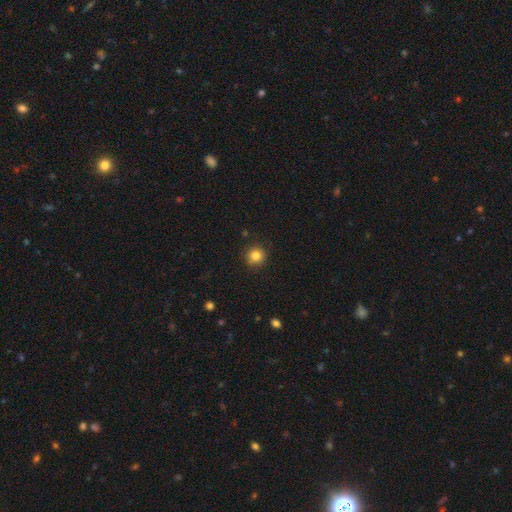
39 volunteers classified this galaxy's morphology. A smooth galaxy with no disk features (87%) that is round (94%).

Vote fractions:
- Smooth or featured? smooth: 87% / featured or disk: 10% / star or artifact: 3%
- How rounded? round: 94% / in between: 6% / cigar-shaped: 0%
- Merging? none: 92% / minor disturbance: 5% / merger: 3% / major disturbance: 0%